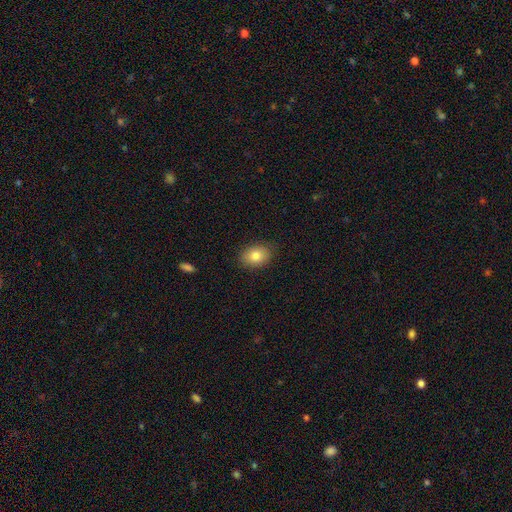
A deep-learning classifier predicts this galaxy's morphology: A smooth galaxy with no disk features (82%) that is in between round and cigar-shaped (77%).

Vote fractions:
- Smooth or featured? smooth: 82% / featured or disk: 10% / star or artifact: 8%
- How rounded? in between: 77% / round: 22% / cigar-shaped: 1%
- Merging? none: 86% / minor disturbance: 11% / major disturbance: 2% / merger: 1%